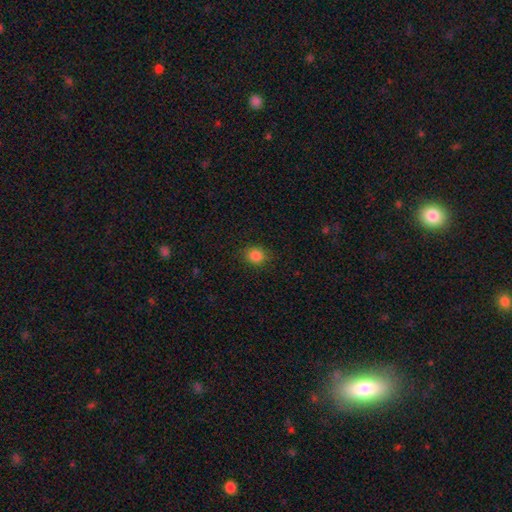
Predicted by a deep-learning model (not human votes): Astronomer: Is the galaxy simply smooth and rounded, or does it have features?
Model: smooth — 85%.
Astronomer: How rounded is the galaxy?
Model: round — 74%.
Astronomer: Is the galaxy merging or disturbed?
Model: none — 87%.